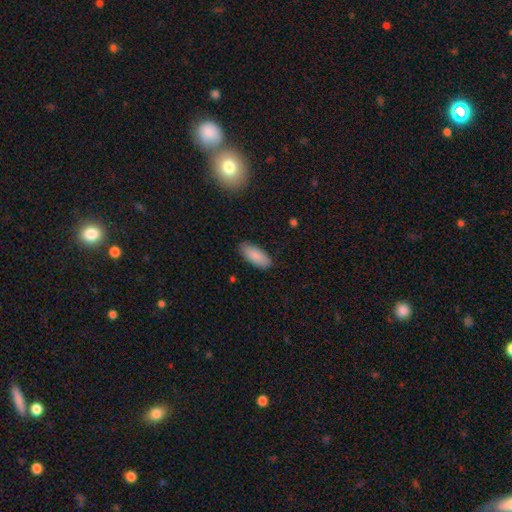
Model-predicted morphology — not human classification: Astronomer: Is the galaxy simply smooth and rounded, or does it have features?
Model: smooth — 88%.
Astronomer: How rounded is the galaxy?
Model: in between — 86%.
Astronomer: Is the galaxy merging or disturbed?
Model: none — 86%.